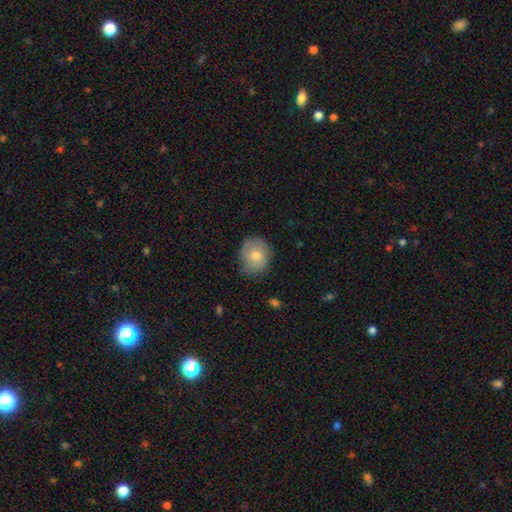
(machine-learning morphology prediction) Q: Smooth or featured?
A: smooth (72%); runner-up: featured or disk (20%)
Q: How rounded?
A: round (78%); runner-up: in between (21%)
Q: Merging?
A: none (76%); runner-up: minor disturbance (19%)